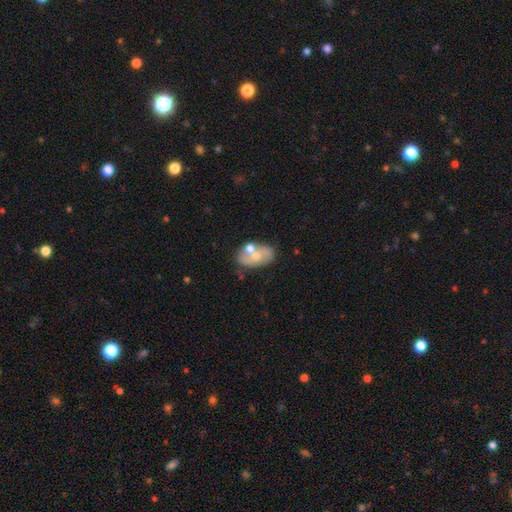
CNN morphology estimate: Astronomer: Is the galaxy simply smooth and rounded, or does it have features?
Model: featured or disk — 51% (runner-up: smooth, 41%).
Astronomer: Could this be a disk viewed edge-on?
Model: no — 94%.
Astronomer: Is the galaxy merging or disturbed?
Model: none — 51%.